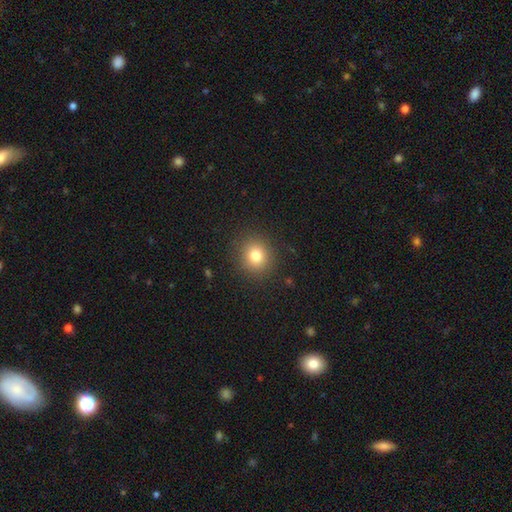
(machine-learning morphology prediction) This is likely a smooth galaxy (80%). How rounded: clearly round (86%). Merging: clearly none (89%).